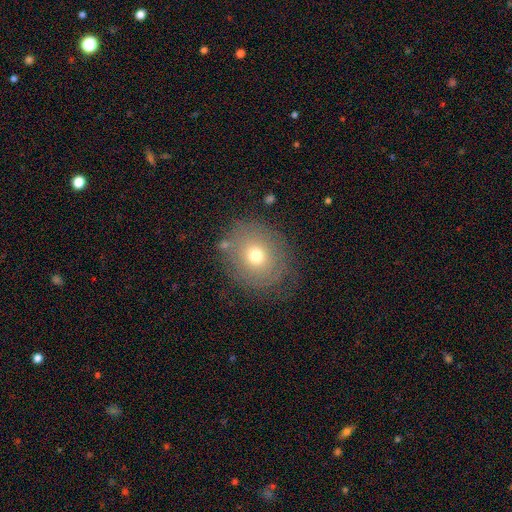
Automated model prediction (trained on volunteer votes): Smooth or featured?
  - smooth: 65% *
  - featured or disk: 22%
  - star or artifact: 12%
How rounded?
  - round: 64% *
  - in between: 35%
  - cigar-shaped: 1%
Merging?
  - none: 75% *
  - minor disturbance: 16%
  - major disturbance: 7%
  - merger: 2%